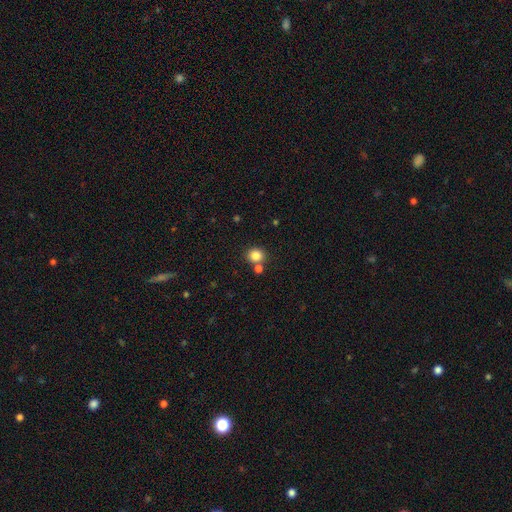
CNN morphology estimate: This is clearly a smooth galaxy (84%). How rounded: clearly round (83%). Merging: likely none (72%).